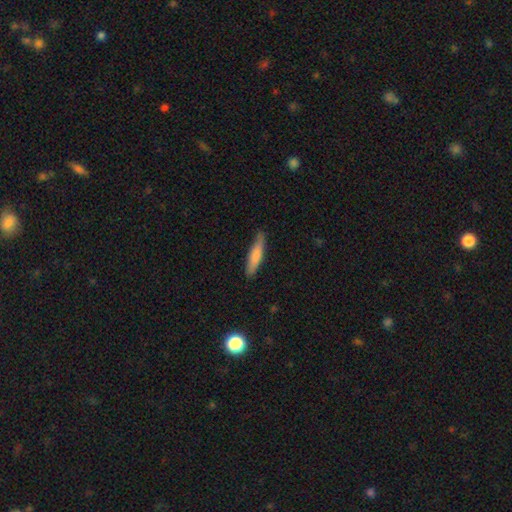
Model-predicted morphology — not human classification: A smooth galaxy with no disk features (76%) that is cigar-shaped (82%). Merging: none (83%).